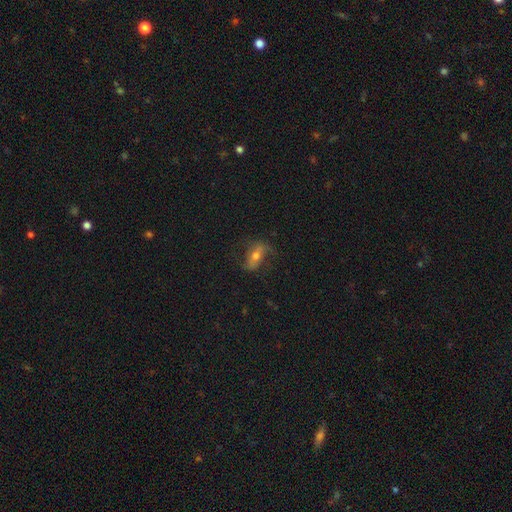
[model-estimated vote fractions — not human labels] featured or disk 59%, smooth 30%, star or artifact 11%. Down the decision tree: edge-on disk — no (81%); merging — none (68%).